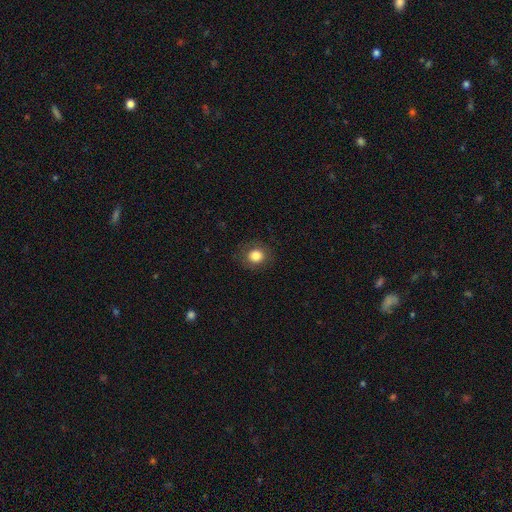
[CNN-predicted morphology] smooth 82%, star or artifact 10%, featured or disk 8%. Down the decision tree: how rounded — round (84%); merging — none (86%).